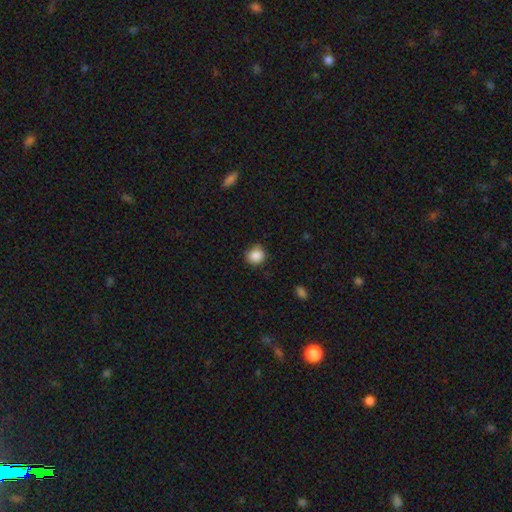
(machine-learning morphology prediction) A smooth galaxy with no disk features (87%) that is round (85%). Merging: none (76%).